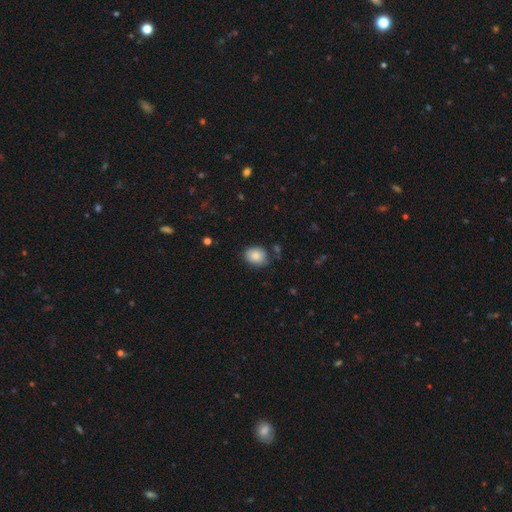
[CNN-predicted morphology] smooth_or_featured: smooth (p=0.85) [alt: star or artifact p=0.08]
how_rounded: in between (p=0.51) [alt: round p=0.48]
merging: none (p=0.70) [alt: minor disturbance p=0.22]